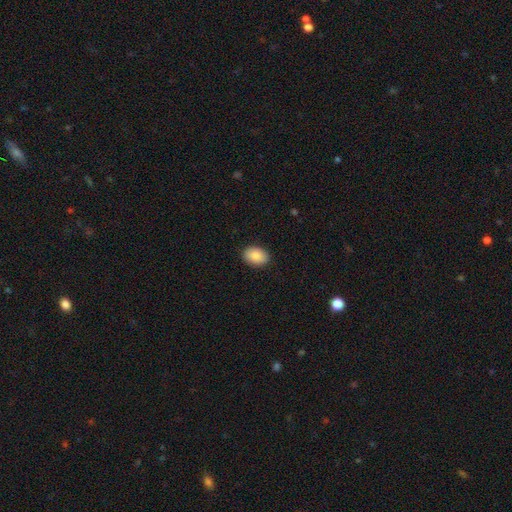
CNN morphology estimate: smooth_or_featured: smooth (p=0.88) [alt: star or artifact p=0.07]
how_rounded: in between (p=0.78) [alt: round p=0.21]
merging: none (p=0.90) [alt: minor disturbance p=0.08]